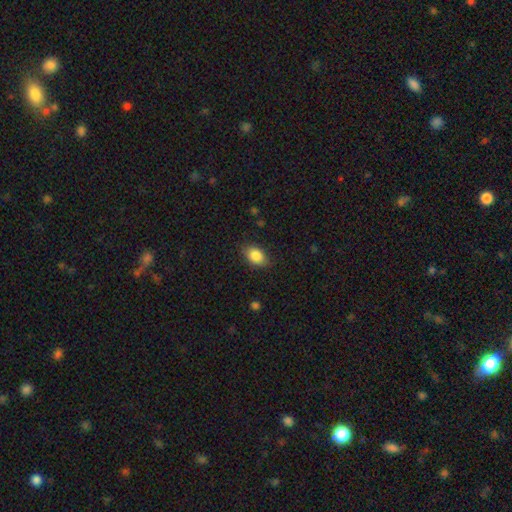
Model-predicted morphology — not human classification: A smooth galaxy with no disk features (86%) that is in between round and cigar-shaped (83%). Merging: none (83%).